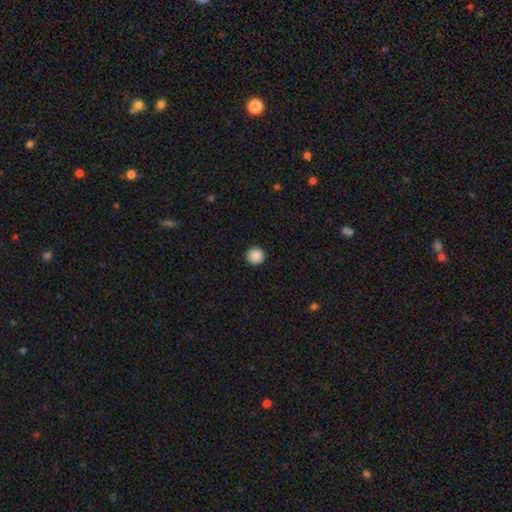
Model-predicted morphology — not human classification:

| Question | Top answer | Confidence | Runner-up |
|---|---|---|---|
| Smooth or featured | smooth | 88% | star or artifact (9%) |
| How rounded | round | 96% | in between (3%) |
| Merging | none | 93% | minor disturbance (4%) |